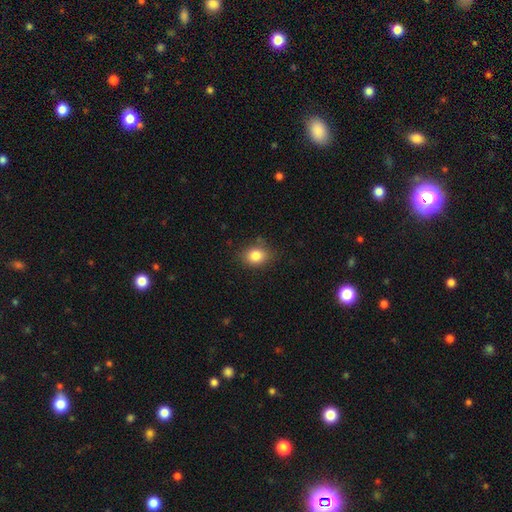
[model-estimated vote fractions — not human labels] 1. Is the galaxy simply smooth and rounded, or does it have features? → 84% smooth, 10% star or artifact, 6% featured or disk.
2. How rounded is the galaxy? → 55% round, 44% in between, 1% cigar-shaped.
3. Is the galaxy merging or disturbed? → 80% none, 15% minor disturbance, 4% major disturbance, 2% merger.